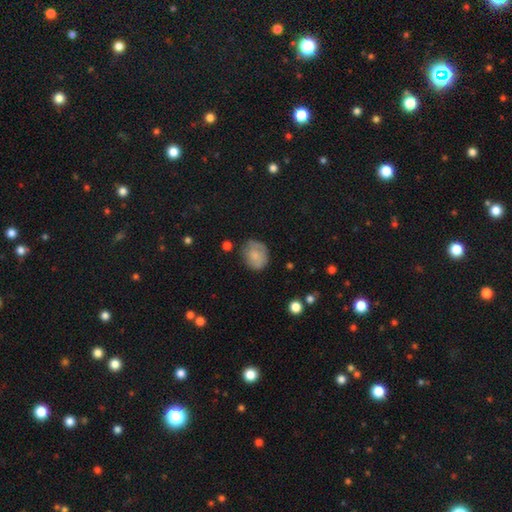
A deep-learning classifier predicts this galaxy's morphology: Smooth or featured: smooth — 74% (featured or disk — 18%)
How rounded: round — 60% (in between — 39%)
Merging: none — 66% (minor disturbance — 25%)